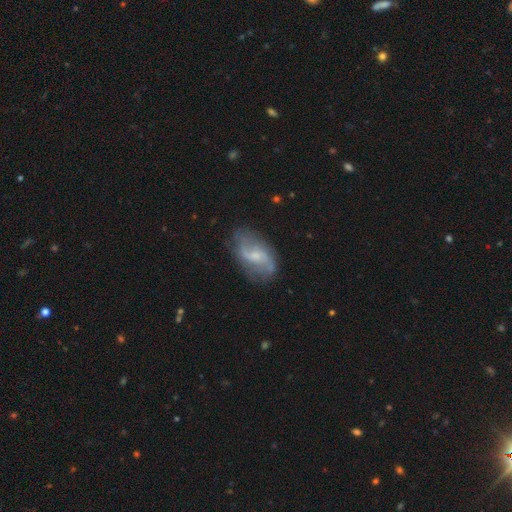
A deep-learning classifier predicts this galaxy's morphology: The model was most divided on "bar": weak: 54%, no: 35%, strong: 11%. More confident: edge-on disk — no (96%); spiral arms — yes (89%); spiral arm count — 2 (81%); smooth or featured — featured or disk (75%); merging — none (70%); spiral winding — loose (61%); bulge size — small (56%).